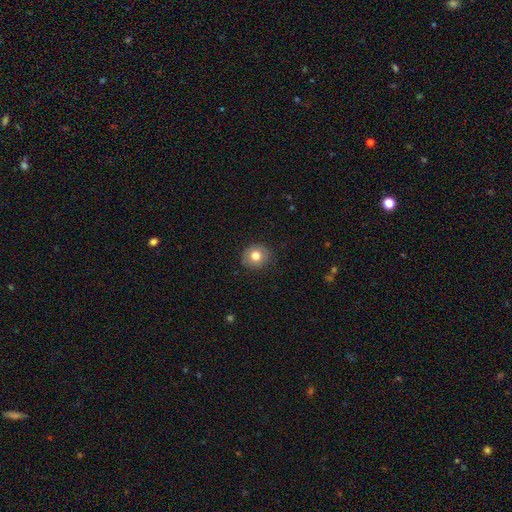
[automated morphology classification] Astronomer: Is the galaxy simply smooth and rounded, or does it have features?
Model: smooth — 79%.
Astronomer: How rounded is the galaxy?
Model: round — 85%.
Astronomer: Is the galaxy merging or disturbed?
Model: none — 88%.